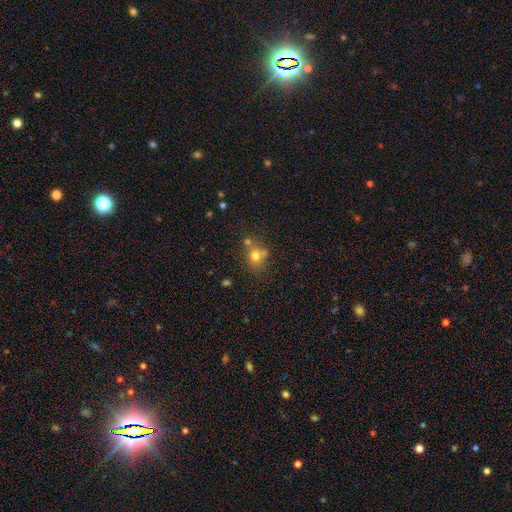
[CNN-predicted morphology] The model was most divided on "how rounded": round: 66%, in between: 33%, cigar-shaped: 1%. More confident: smooth or featured — smooth (72%); merging — none (56%).